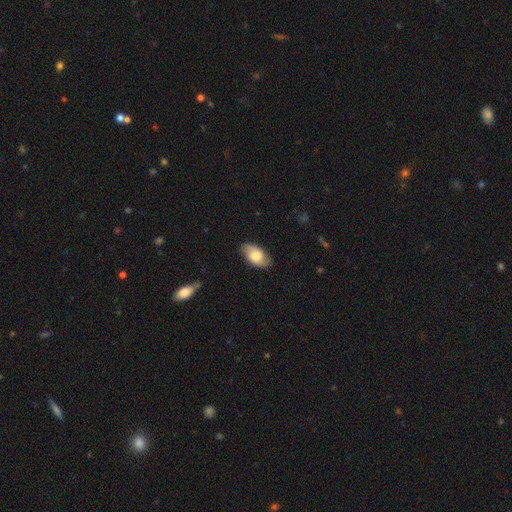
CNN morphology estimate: The model was most divided on "smooth or featured": featured or disk: 50%, smooth: 43%, star or artifact: 7%. More confident: merging — none (79%).